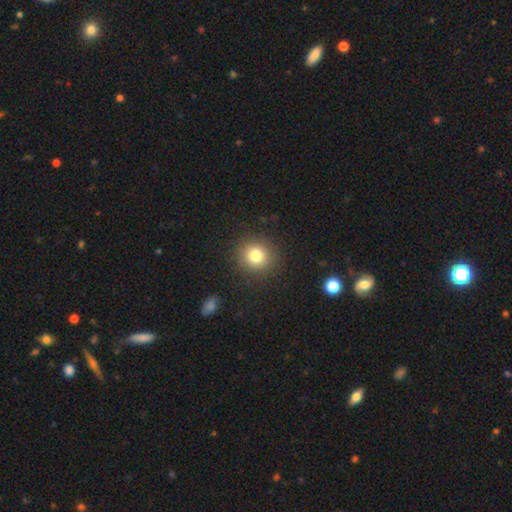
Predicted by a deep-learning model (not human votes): This is clearly a smooth galaxy (80%). How rounded: clearly round (91%). Merging: clearly none (89%).